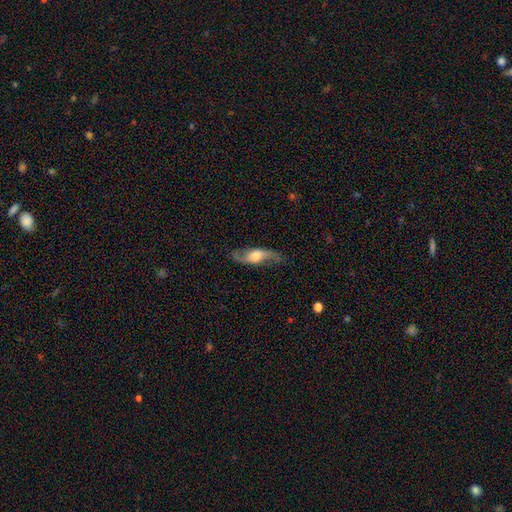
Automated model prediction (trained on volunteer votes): This appears to be a featured or disk galaxy (75%) with no bar (60%), 2 (92%) loose (74%) spiral arms (92%) and a moderate central bulge (53%). Merging: none (79%).